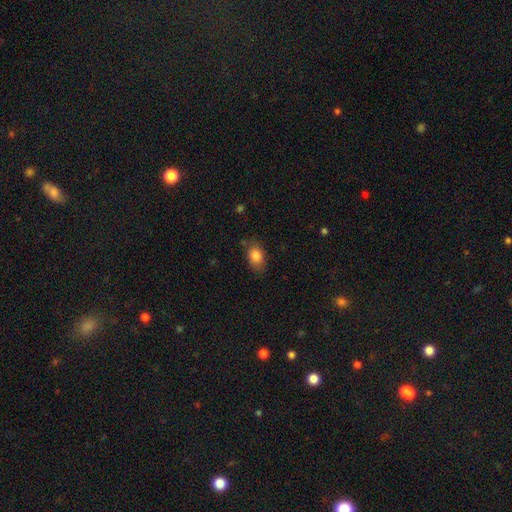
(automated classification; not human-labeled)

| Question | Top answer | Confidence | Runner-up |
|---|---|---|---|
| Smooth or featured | smooth | 83% | featured or disk (9%) |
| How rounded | in between | 79% | round (19%) |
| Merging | none | 72% | minor disturbance (21%) |